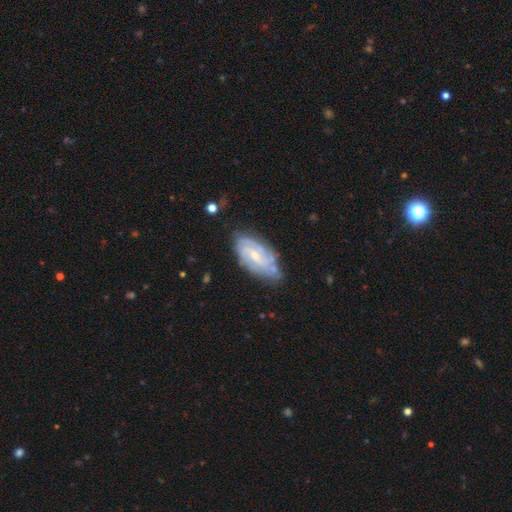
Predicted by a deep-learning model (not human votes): smooth_or_featured: featured or disk (p=0.78) [alt: smooth p=0.16]
disk_edge_on: no (p=0.95) [alt: yes p=0.05]
bar: weak (p=0.49) [alt: no p=0.41]
has_spiral_arms: yes (p=0.92) [alt: no p=0.08]
spiral_winding: tight (p=0.57) [alt: medium p=0.34]
spiral_arm_count: 2 (p=0.33) [tied with: can't tell p=0.33]
bulge_size: small (p=0.58) [alt: moderate p=0.37]
merging: none (p=0.67) [alt: minor disturbance p=0.23]